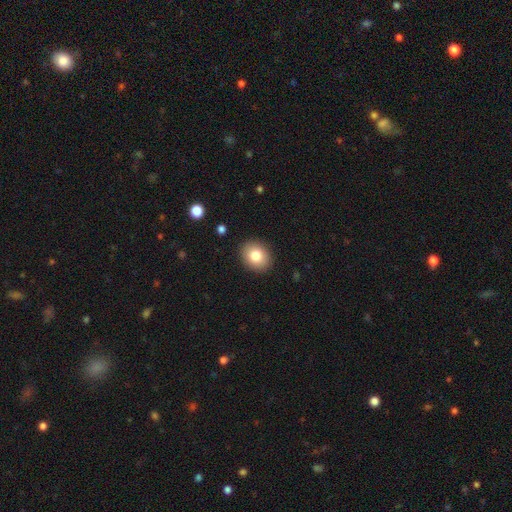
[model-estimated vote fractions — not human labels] Smooth or featured? smooth (81%)
How rounded? round (54%)
Merging? none (90%)